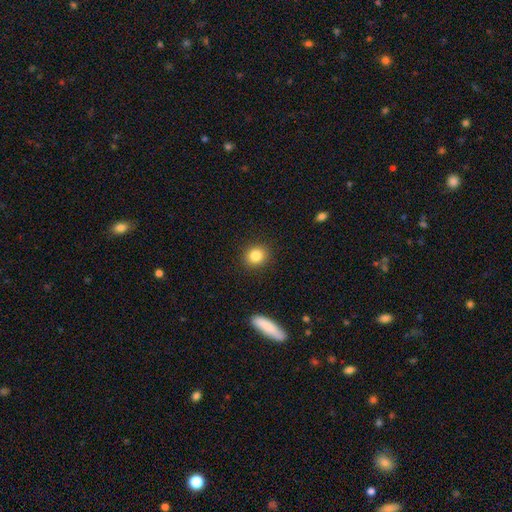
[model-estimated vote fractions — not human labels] This is clearly a smooth galaxy (85%). How rounded: likely round (79%). Merging: clearly none (90%).